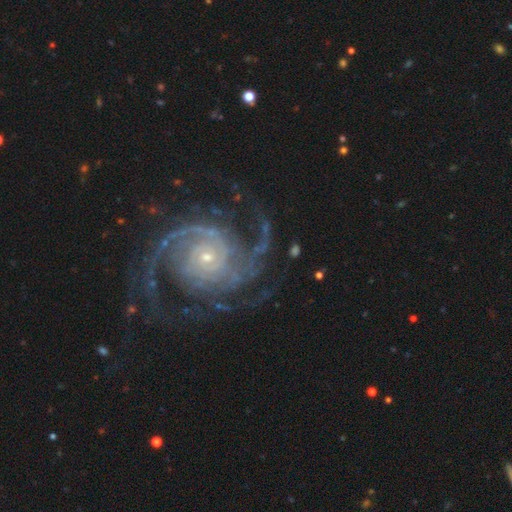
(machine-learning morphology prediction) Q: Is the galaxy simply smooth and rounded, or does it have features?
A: featured or disk — 91%.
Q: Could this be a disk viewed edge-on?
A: no — 98%.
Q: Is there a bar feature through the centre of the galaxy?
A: no — 71%.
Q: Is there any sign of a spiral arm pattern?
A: yes — 99%.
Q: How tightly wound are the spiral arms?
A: tight — 50%.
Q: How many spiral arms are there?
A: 2 — 48%.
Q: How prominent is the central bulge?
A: small — 77%.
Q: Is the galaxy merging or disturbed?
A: none — 76%.